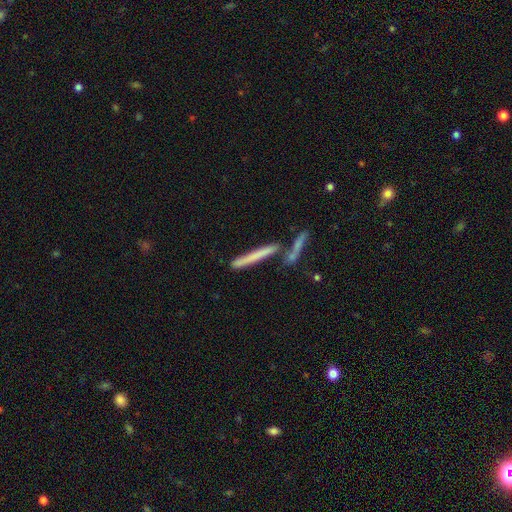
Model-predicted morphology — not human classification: smooth-or-featured: smooth: 56% | featured or disk: 36% | star or artifact: 9%
  how-rounded: cigar-shaped: 95% | in between: 3% | round: 2%
  merging: none: 63% | merger: 22% | minor disturbance: 10% | major disturbance: 5%